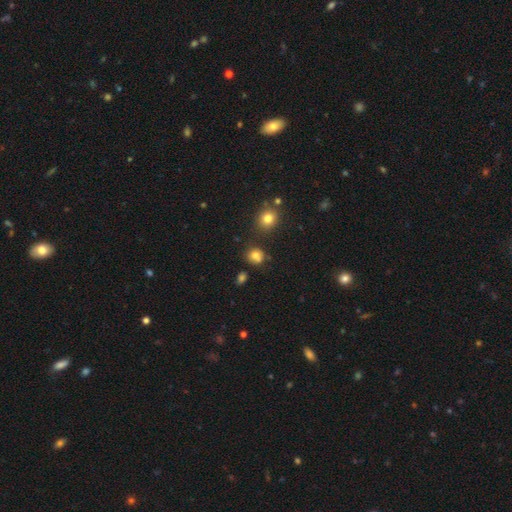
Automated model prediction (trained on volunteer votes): Smooth or featured? smooth (79%)
How rounded? round (81%)
Merging? none (77%)